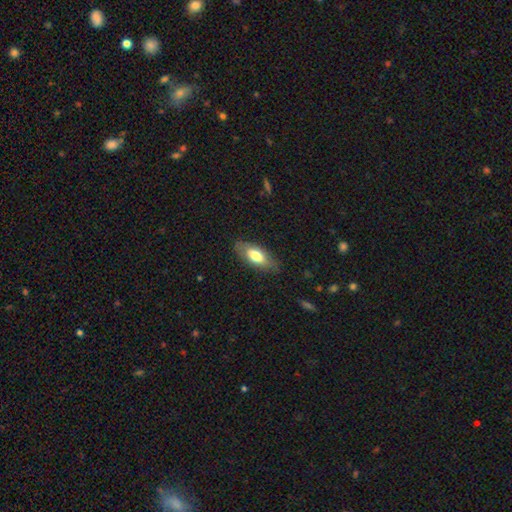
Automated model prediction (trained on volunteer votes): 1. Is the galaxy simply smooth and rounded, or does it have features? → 68% smooth, 26% featured or disk, 6% star or artifact.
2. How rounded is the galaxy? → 81% in between, 16% cigar-shaped, 3% round.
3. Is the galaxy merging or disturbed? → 82% none, 14% minor disturbance, 3% major disturbance, 1% merger.